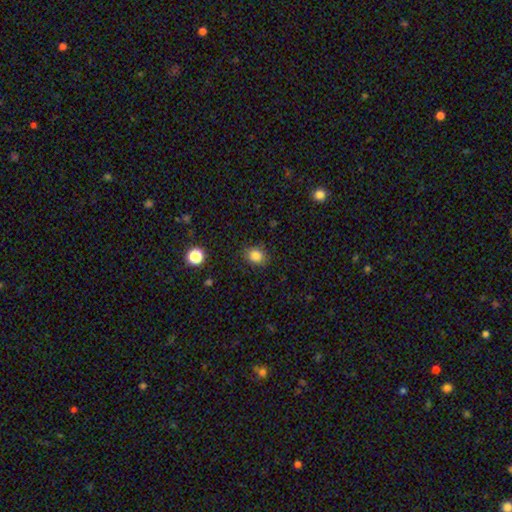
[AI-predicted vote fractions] Q: Smooth or featured?
A: smooth (84%); runner-up: star or artifact (11%)
Q: How rounded?
A: round (59%); runner-up: in between (40%)
Q: Merging?
A: none (86%); runner-up: minor disturbance (10%)